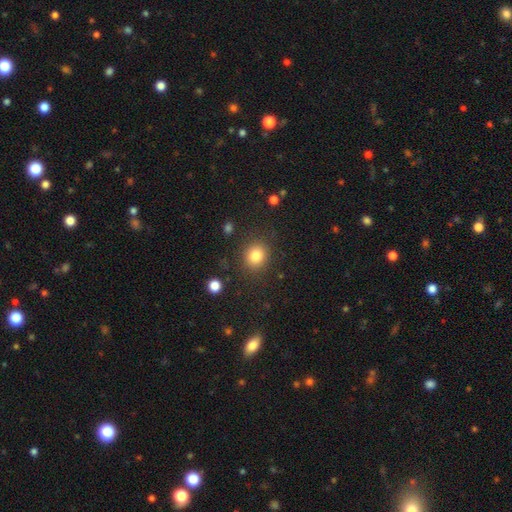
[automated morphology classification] The model was most divided on "how rounded": round: 77%, in between: 22%, cigar-shaped: 1%. More confident: merging — none (85%); smooth or featured — smooth (83%).